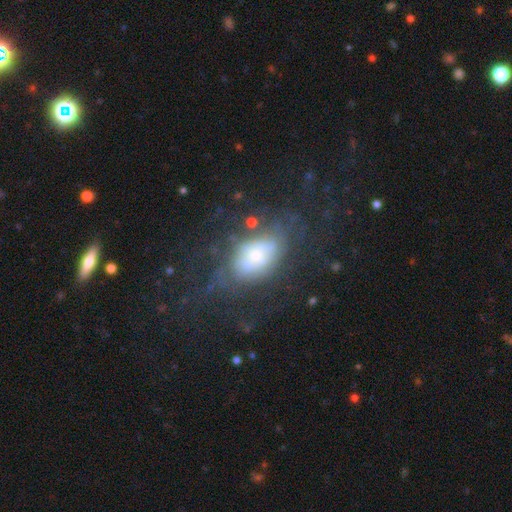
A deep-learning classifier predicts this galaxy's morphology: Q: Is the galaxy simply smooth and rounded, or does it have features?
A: featured or disk — 54%.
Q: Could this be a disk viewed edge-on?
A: no — 92%.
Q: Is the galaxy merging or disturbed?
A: none — 53%.